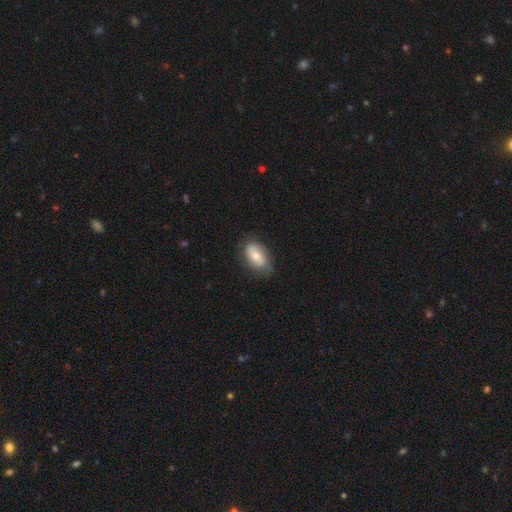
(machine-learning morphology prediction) This appears to be a smooth galaxy with no disk features (56%) that is in between round and cigar-shaped (88%). Merging: none (72%).